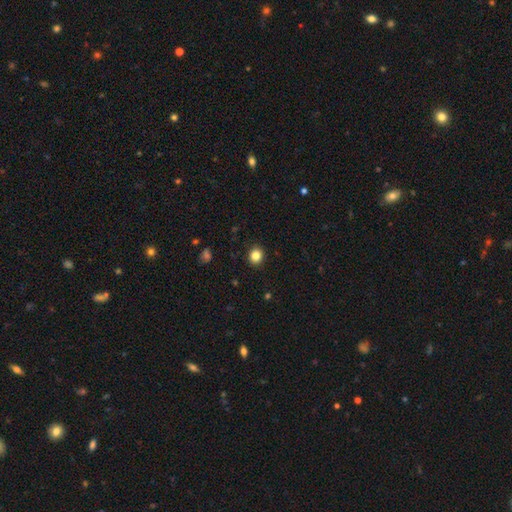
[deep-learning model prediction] Smooth or featured: smooth — 84% (star or artifact — 11%)
How rounded: round — 79% (in between — 21%)
Merging: none — 91% (minor disturbance — 6%)